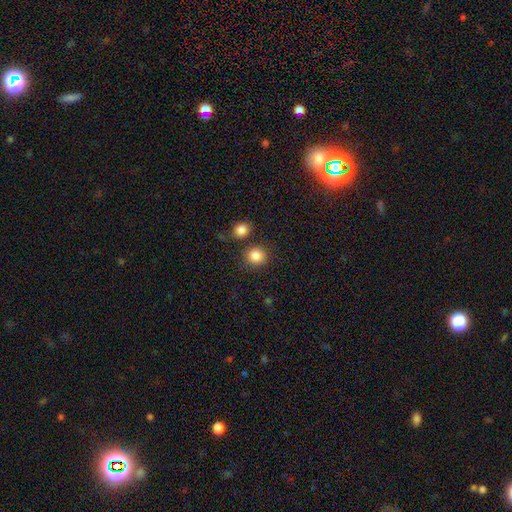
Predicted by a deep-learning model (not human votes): Smooth or featured?
  - smooth: 86% *
  - star or artifact: 10%
  - featured or disk: 5%
How rounded?
  - round: 88% *
  - in between: 11%
  - cigar-shaped: 1%
Merging?
  - none: 81% *
  - merger: 8%
  - minor disturbance: 8%
  - major disturbance: 3%